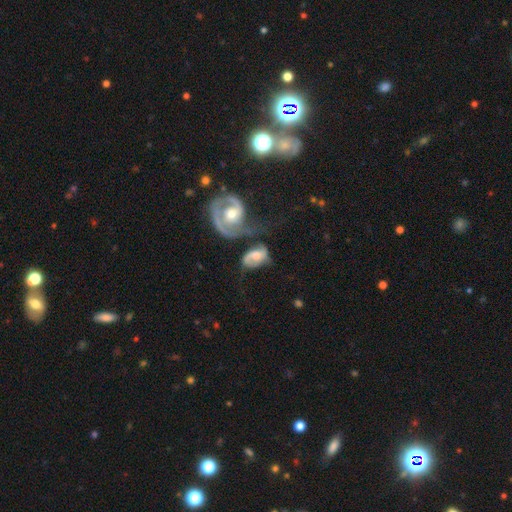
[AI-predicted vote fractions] Smooth or featured: featured or disk — 65% (smooth — 28%)
Edge-on disk: no — 97% (yes — 3%)
Bar: no — 48% (weak — 40%)
Spiral arms: yes — 86% (no — 14%)
Spiral winding: medium — 47% (loose — 27%)
Spiral arm count: 2 — 77% (1 — 11%)
Bulge size: moderate — 60% (small — 21%)
Merging: merger — 41% (none — 25%)